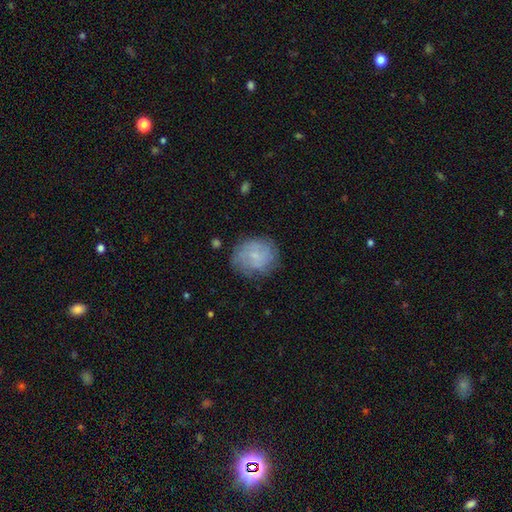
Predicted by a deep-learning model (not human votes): The model was most divided on "smooth or featured": smooth: 50%, featured or disk: 41%, star or artifact: 9%. More confident: how rounded — round (72%); merging — none (69%).